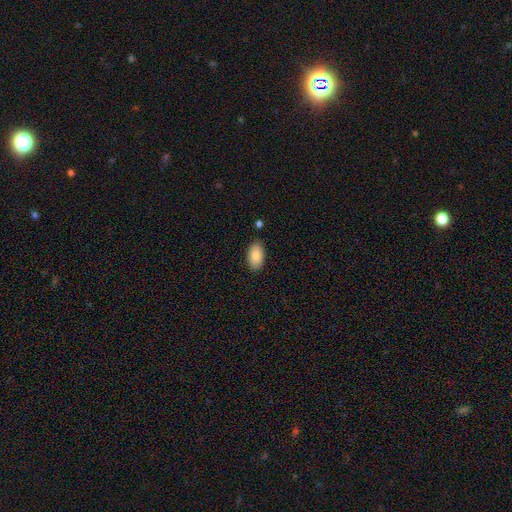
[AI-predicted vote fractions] Morphology: type=smooth (85%); roundness=in between (94%); merging=none (87%).